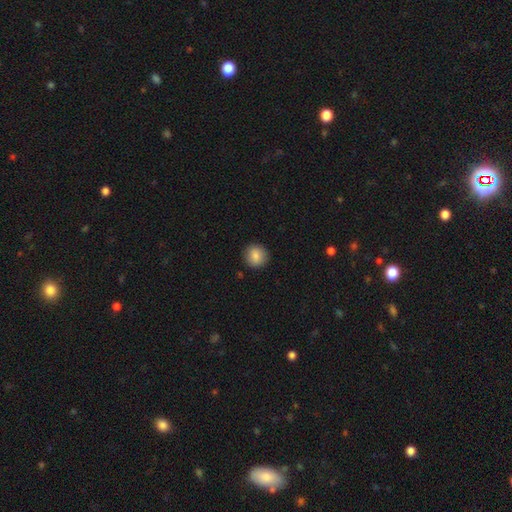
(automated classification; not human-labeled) Smooth or featured: smooth — 86% (star or artifact — 8%)
How rounded: round — 89% (in between — 10%)
Merging: none — 90% (minor disturbance — 7%)